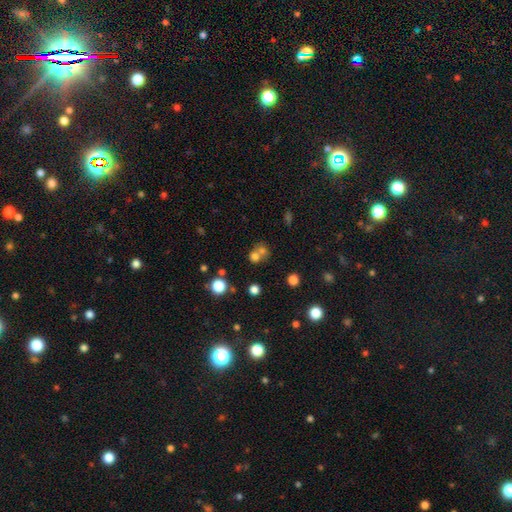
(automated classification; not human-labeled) Smooth or featured?
  - smooth: 69% *
  - star or artifact: 18%
  - featured or disk: 13%
How rounded?
  - round: 77% *
  - in between: 22%
  - cigar-shaped: 1%
Merging?
  - merger: 51% *
  - none: 39%
  - minor disturbance: 7%
  - major disturbance: 4%